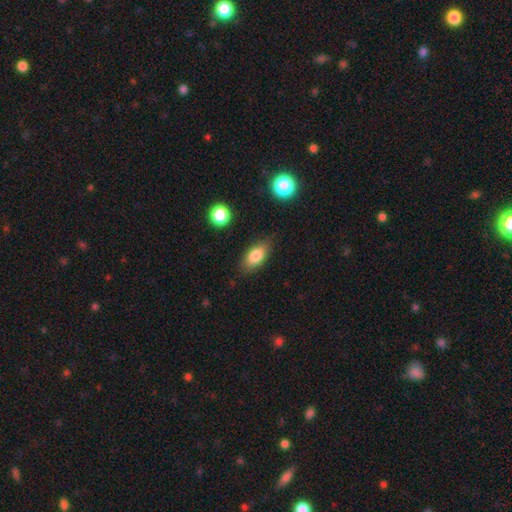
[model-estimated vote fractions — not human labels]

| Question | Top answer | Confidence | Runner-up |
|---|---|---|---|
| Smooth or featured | smooth | 81% | featured or disk (11%) |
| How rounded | in between | 86% | cigar-shaped (9%) |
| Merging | none | 80% | minor disturbance (15%) |